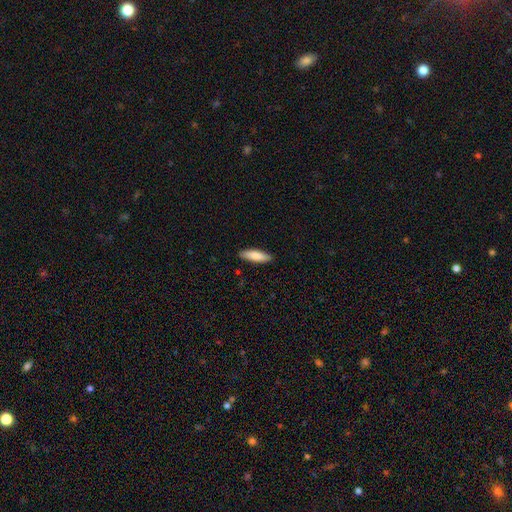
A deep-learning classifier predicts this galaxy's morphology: smooth 85%, featured or disk 10%, star or artifact 5%. Down the decision tree: how rounded — cigar-shaped (55%); merging — none (88%).